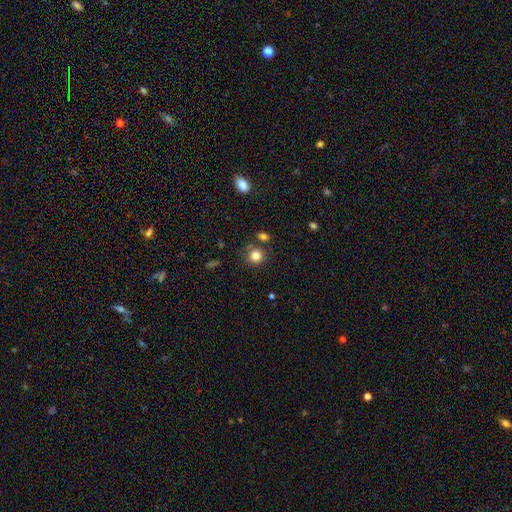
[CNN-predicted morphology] This is clearly a smooth galaxy (83%). How rounded: clearly round (87%). Merging: likely none (76%).